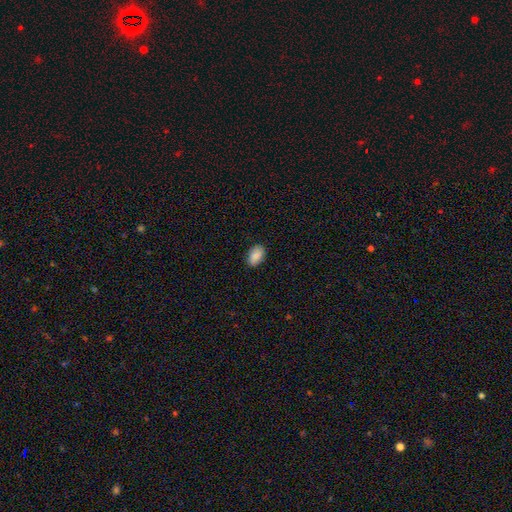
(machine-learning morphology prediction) smooth 88%, star or artifact 7%, featured or disk 4%. Down the decision tree: how rounded — in between (92%); merging — none (87%).